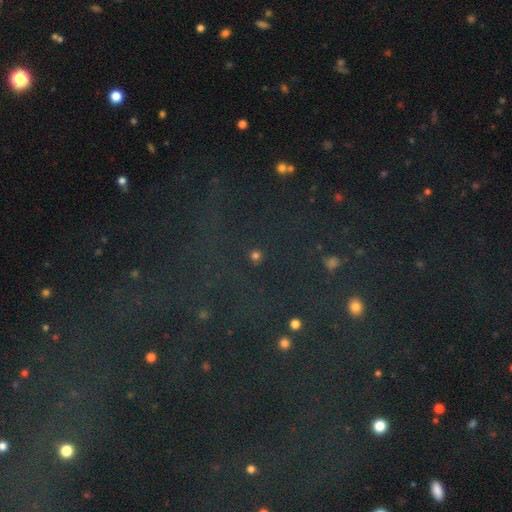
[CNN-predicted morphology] star or artifact 72%, smooth 20%, featured or disk 8%.